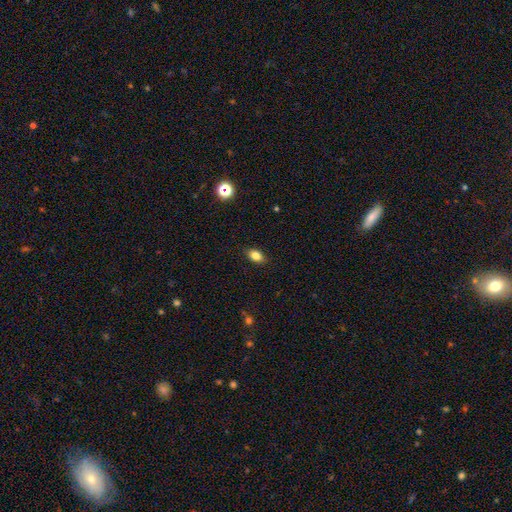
This is clearly a smooth galaxy (84%). How rounded: clearly in between (88%). Merging: clearly none (86%).